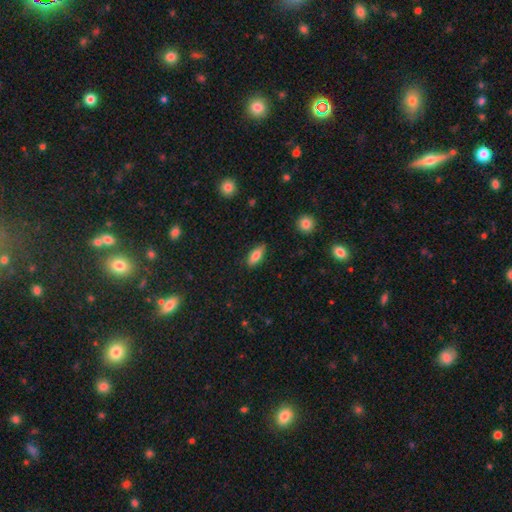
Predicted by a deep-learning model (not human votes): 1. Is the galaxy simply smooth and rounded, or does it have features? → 76% smooth, 17% featured or disk, 7% star or artifact.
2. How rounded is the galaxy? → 72% in between, 25% cigar-shaped, 3% round.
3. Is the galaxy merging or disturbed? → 83% none, 13% minor disturbance, 3% major disturbance, 1% merger.